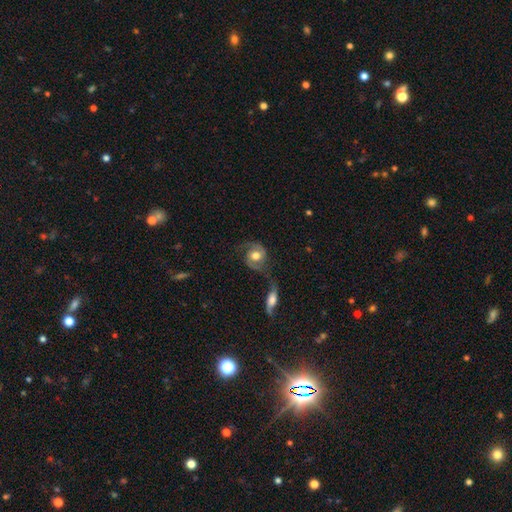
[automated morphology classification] Smooth or featured?
  - featured or disk: 76% *
  - smooth: 18%
  - star or artifact: 6%
Edge-on disk?
  - no: 97% *
  - yes: 3%
Bar?
  - no: 60% *
  - weak: 32%
  - strong: 8%
Spiral arms?
  - yes: 93% *
  - no: 7%
Spiral winding?
  - medium: 49% *
  - loose: 29%
  - tight: 21%
Spiral arm count?
  - 2: 87% *
  - 1: 6%
  - can't tell: 4%
  - 3: 1%
  - 4: 1%
  - more than 4: 1%
Bulge size?
  - moderate: 64% *
  - large: 26%
  - small: 6%
  - dominant: 2%
  - none: 2%
Merging?
  - none: 42% *
  - merger: 31%
  - minor disturbance: 15%
  - major disturbance: 12%